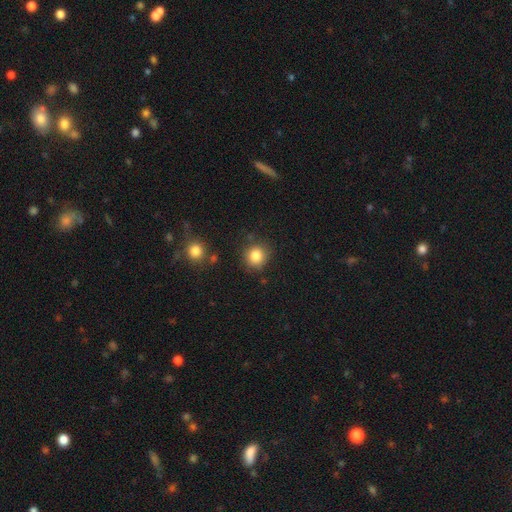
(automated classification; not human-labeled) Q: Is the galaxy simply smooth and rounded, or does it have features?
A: smooth — 84%.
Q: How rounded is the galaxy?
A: round — 87%.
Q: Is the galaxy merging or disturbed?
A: none — 85%.